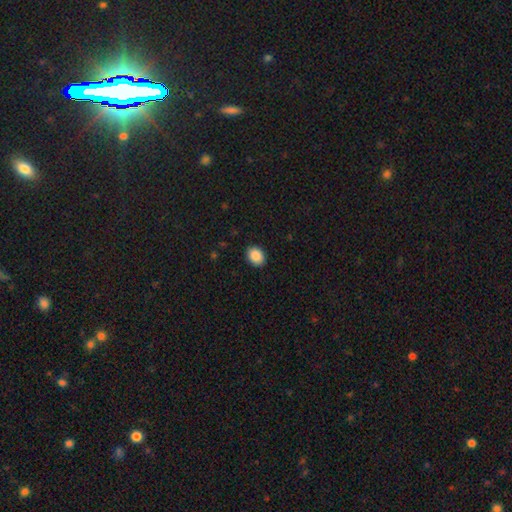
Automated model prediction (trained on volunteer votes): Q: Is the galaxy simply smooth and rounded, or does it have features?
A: smooth — 90%.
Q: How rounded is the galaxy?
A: in between — 63%.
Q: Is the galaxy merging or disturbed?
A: none — 90%.